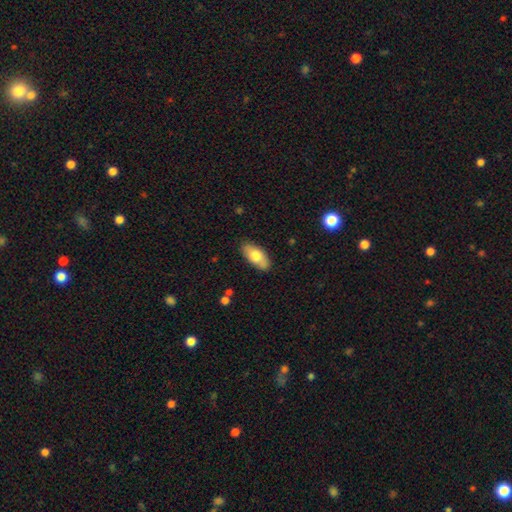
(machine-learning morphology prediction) This appears to be a smooth galaxy with no disk features (74%) that is in between round and cigar-shaped (90%). Merging: none (84%).